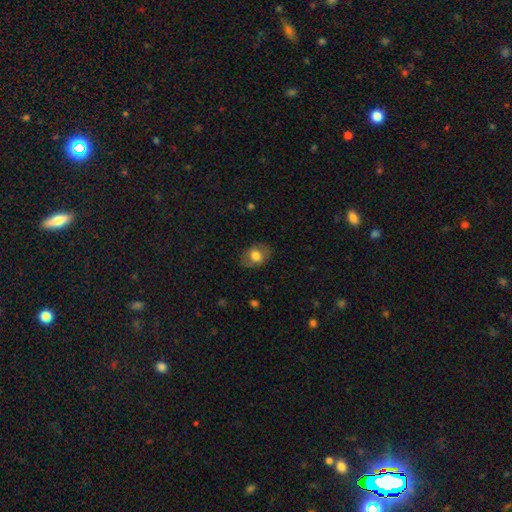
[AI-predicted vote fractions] smooth 73%, featured or disk 18%, star or artifact 9%. Down the decision tree: how rounded — in between (64%); merging — none (78%).